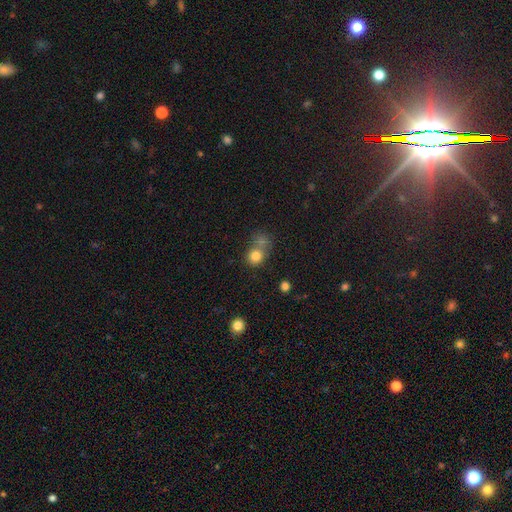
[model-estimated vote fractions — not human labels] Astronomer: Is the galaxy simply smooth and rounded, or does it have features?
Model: smooth — 80%.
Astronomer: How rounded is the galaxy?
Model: round — 78%.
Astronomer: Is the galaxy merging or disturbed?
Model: none — 44% (runner-up: merger, 40%).